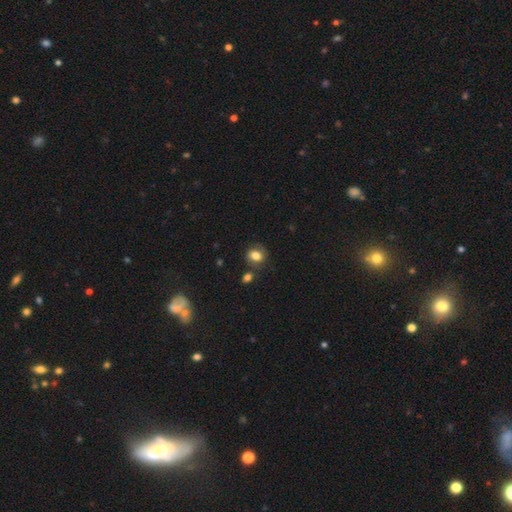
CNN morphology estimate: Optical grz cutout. It shows a smooth galaxy with no disk features (76%) that is round (61%). Merging: none (69%).